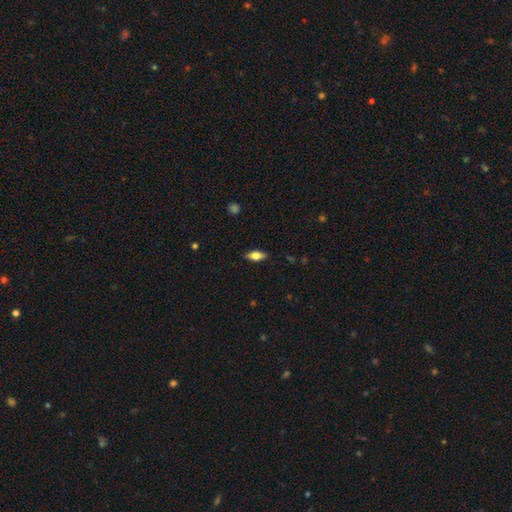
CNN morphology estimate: This appears to be a smooth galaxy with no disk features (63%) that is in between round and cigar-shaped (81%). Merging: none (88%).